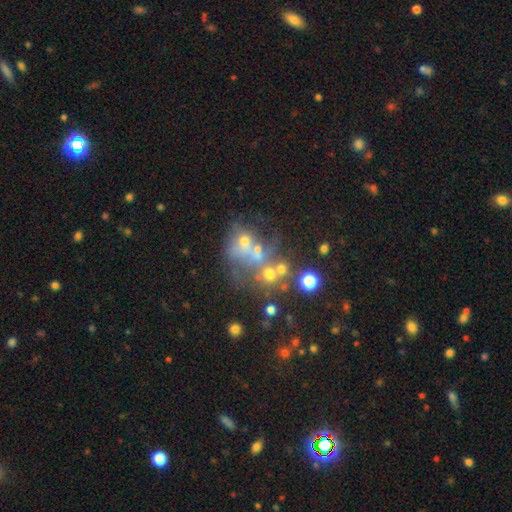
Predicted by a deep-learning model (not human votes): smooth-or-featured: smooth: 41% | featured or disk: 34% | star or artifact: 25%
  merging: merger: 43% | none: 30% | major disturbance: 16% | minor disturbance: 11%